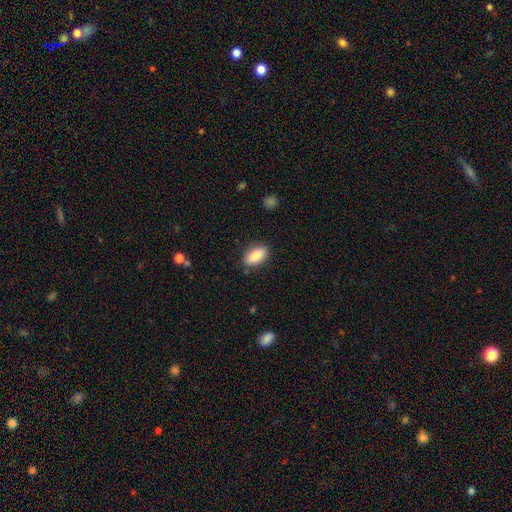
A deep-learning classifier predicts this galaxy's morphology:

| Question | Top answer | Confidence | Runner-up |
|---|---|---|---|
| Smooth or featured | smooth | 84% | featured or disk (9%) |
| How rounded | in between | 87% | cigar-shaped (9%) |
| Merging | none | 85% | minor disturbance (11%) |